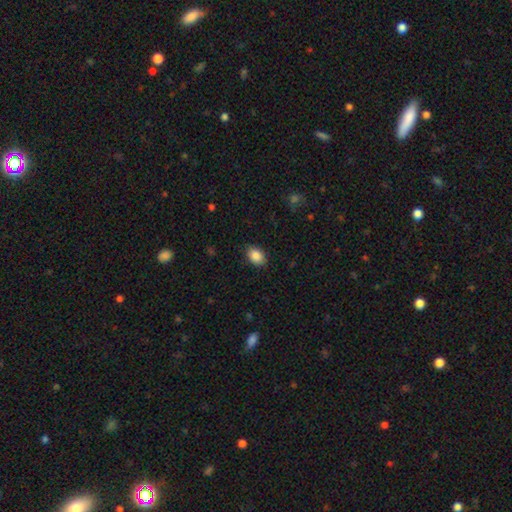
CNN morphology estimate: This appears to be a smooth galaxy with no disk features (88%) that is in between round and cigar-shaped (80%). Merging: none (88%).